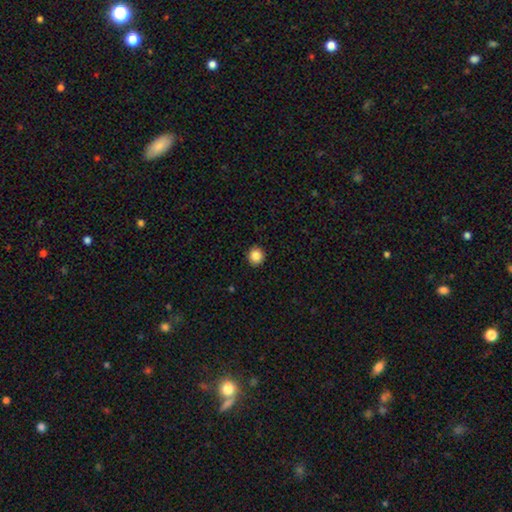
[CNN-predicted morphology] Smooth or featured: smooth — 86% (star or artifact — 10%)
How rounded: round — 90% (in between — 9%)
Merging: none — 92% (minor disturbance — 5%)